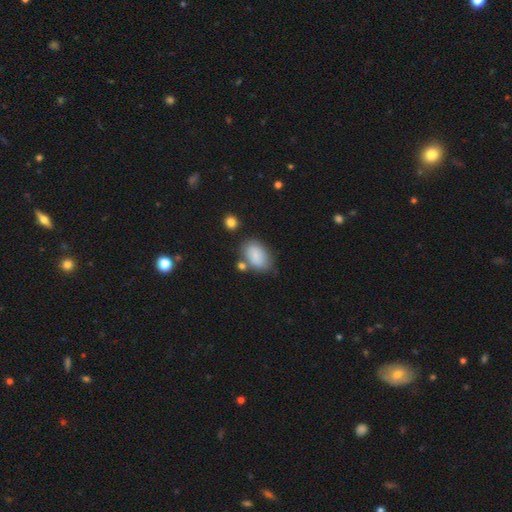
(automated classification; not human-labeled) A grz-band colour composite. It shows a smooth galaxy with no disk features (82%) that is in between round and cigar-shaped (89%). Merging: none (64%).